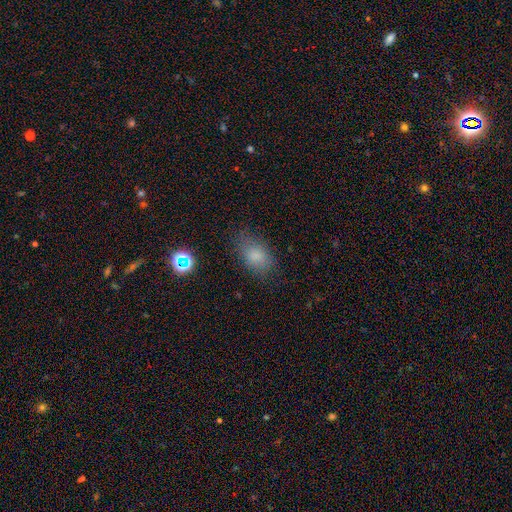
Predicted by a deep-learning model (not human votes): Q: Smooth or featured?
A: smooth (81%); runner-up: star or artifact (11%)
Q: How rounded?
A: in between (85%); runner-up: round (13%)
Q: Merging?
A: none (73%); runner-up: minor disturbance (19%)